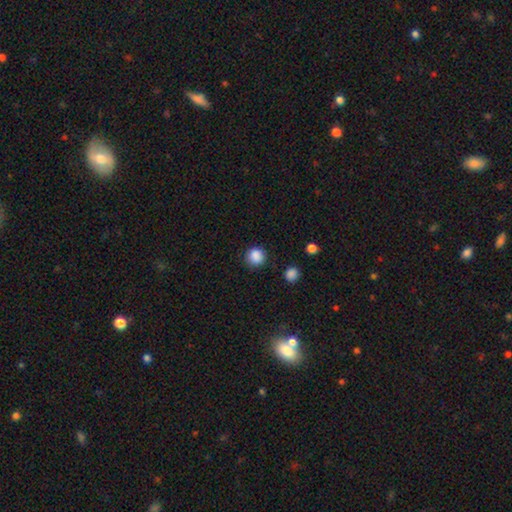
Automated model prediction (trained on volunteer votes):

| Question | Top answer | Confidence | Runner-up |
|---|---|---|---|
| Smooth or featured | smooth | 87% | star or artifact (10%) |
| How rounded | round | 93% | in between (6%) |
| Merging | none | 87% | minor disturbance (8%) |